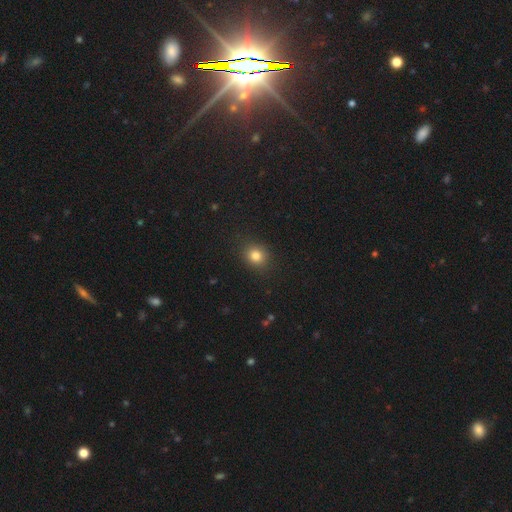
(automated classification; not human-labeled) Smooth or featured? smooth (82%)
How rounded? round (72%)
Merging? none (87%)